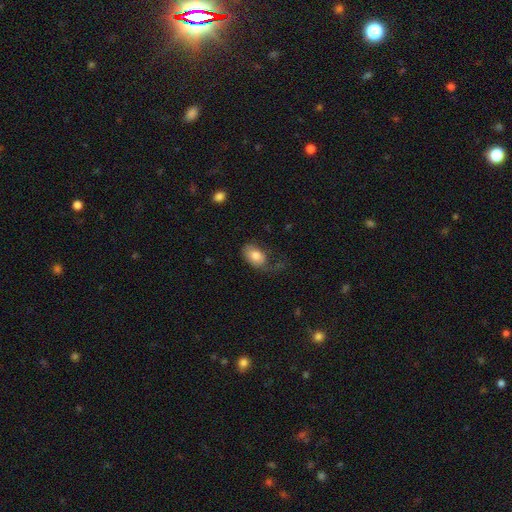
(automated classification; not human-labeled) This appears to be a smooth galaxy with no disk features (77%) that is in between round and cigar-shaped (89%). Merging: none (43%).